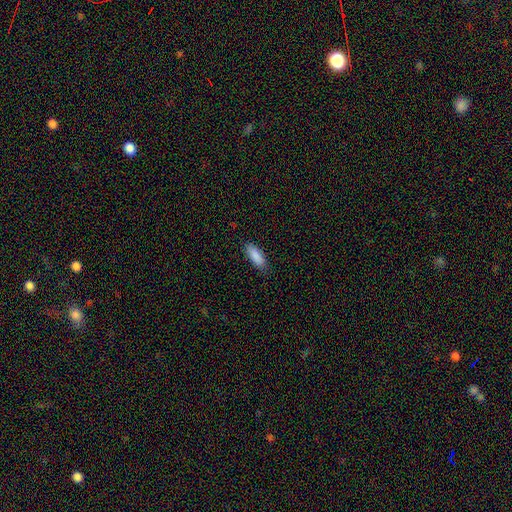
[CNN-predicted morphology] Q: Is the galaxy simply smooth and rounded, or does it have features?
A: smooth — 89%.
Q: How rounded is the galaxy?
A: in between — 67%.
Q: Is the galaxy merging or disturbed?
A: none — 85%.